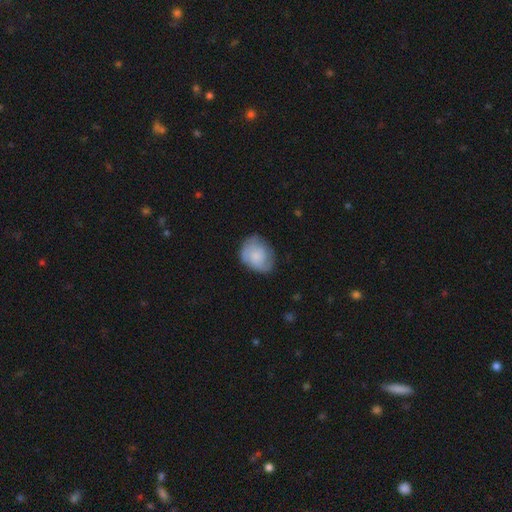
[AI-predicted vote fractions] A smooth galaxy with no disk features (65%) that is round (50%).

Vote fractions:
- Smooth or featured? smooth: 65% / featured or disk: 29% / star or artifact: 7%
- How rounded? round: 50% / in between: 49% / cigar-shaped: 1%
- Merging? none: 62% / minor disturbance: 28% / major disturbance: 9% / merger: 1%